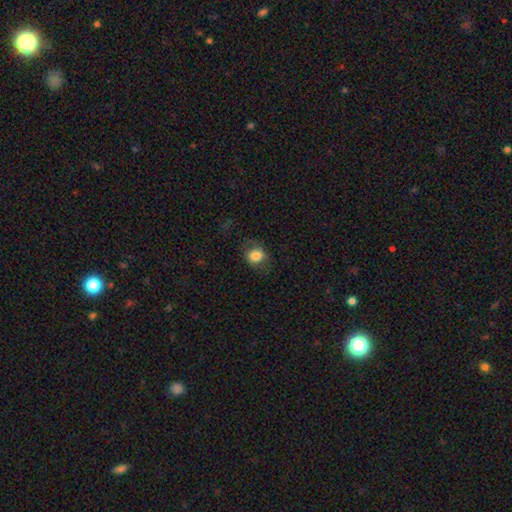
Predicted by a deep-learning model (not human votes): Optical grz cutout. It shows a smooth galaxy with no disk features (80%) that is round (67%). Merging: none (73%).